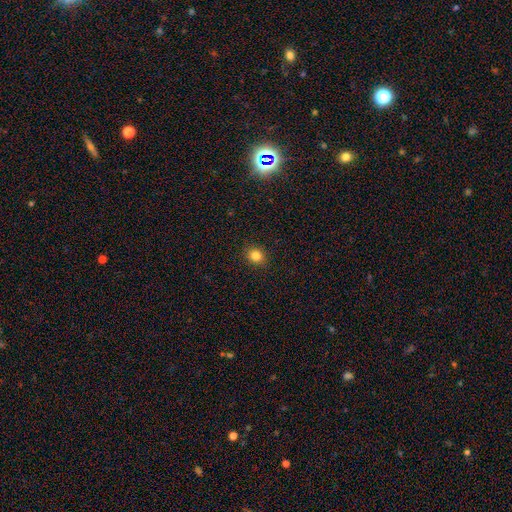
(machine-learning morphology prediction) smooth_or_featured: smooth (p=0.83) [alt: star or artifact p=0.12]
how_rounded: round (p=0.74) [alt: in between p=0.25]
merging: none (p=0.91) [alt: minor disturbance p=0.06]